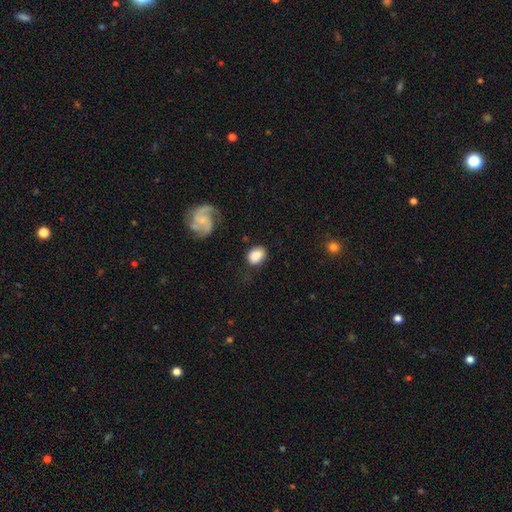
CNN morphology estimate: smooth-or-featured: smooth: 80% | featured or disk: 13% | star or artifact: 7%
  how-rounded: in between: 65% | round: 34% | cigar-shaped: 1%
  merging: none: 67% | minor disturbance: 20% | major disturbance: 9% | merger: 4%